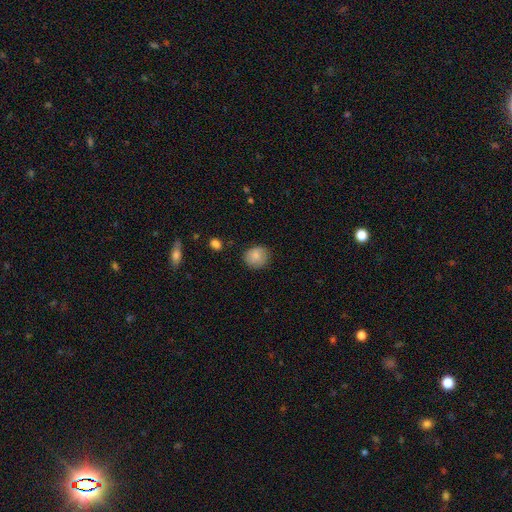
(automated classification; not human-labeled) This is clearly a smooth galaxy (84%). How rounded: likely round (77%). Merging: clearly none (82%).